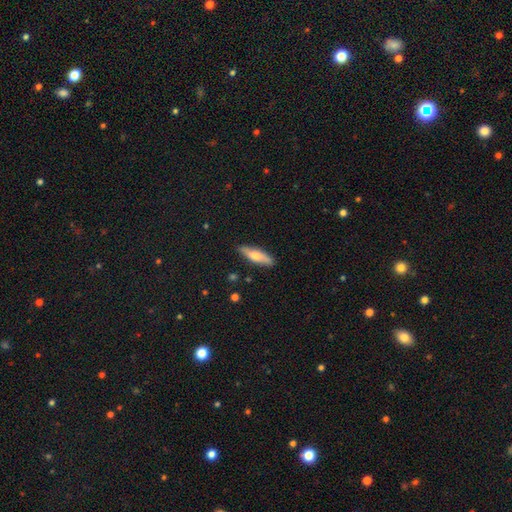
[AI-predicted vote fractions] Q: Smooth or featured?
A: smooth (58%); runner-up: featured or disk (36%)
Q: How rounded?
A: cigar-shaped (66%); runner-up: in between (32%)
Q: Merging?
A: none (86%); runner-up: minor disturbance (10%)